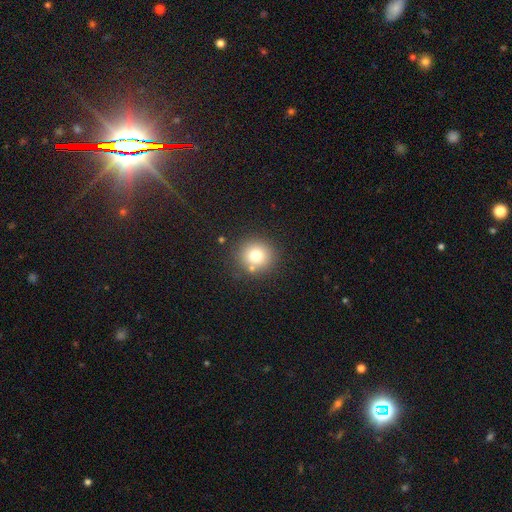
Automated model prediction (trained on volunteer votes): A smooth galaxy with no disk features (76%) that is round (90%).

Vote fractions:
- Smooth or featured? smooth: 76% / star or artifact: 13% / featured or disk: 11%
- How rounded? round: 90% / in between: 9% / cigar-shaped: 1%
- Merging? none: 82% / minor disturbance: 9% / merger: 7% / major disturbance: 3%